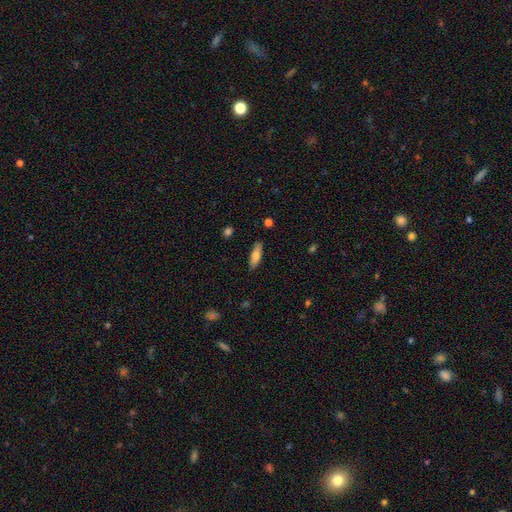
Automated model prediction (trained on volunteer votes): This appears to be a smooth galaxy with no disk features (74%) that is in between round and cigar-shaped (52%). Merging: none (88%).